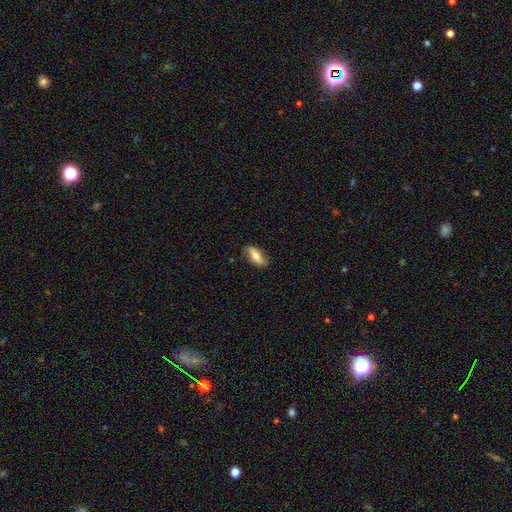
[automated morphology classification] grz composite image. It shows a smooth galaxy with no disk features (61%) that is in between round and cigar-shaped (77%). Merging: none (82%).